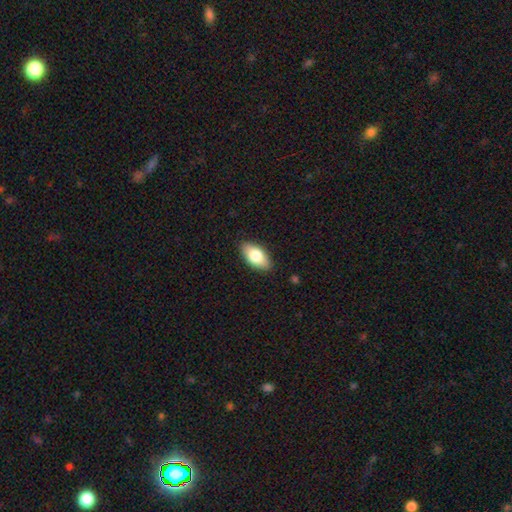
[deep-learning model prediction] Smooth or featured: smooth — 78% (featured or disk — 16%)
How rounded: in between — 92% (cigar-shaped — 5%)
Merging: none — 87% (minor disturbance — 10%)